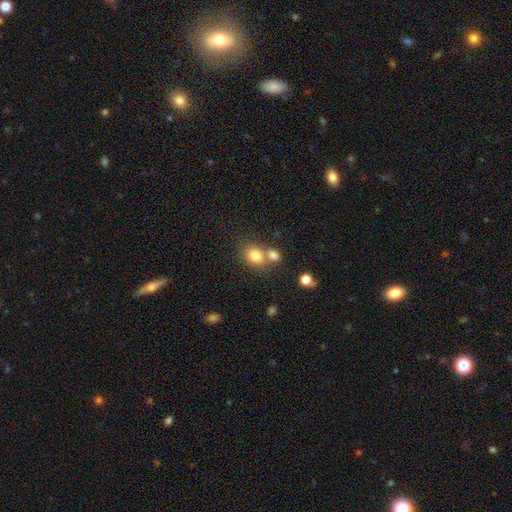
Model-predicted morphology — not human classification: Overall: smooth (81%). How rounded: round (51%; in between 48%). Merging: none (46%; merger 40%).